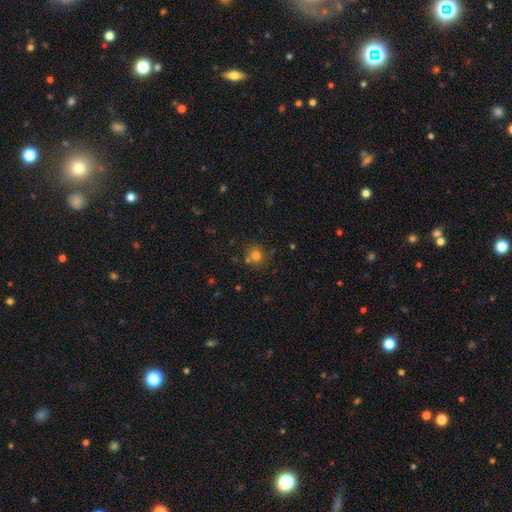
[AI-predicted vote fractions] smooth_or_featured: smooth (p=0.74) [alt: star or artifact p=0.17]
how_rounded: round (p=0.89) [alt: in between p=0.10]
merging: none (p=0.73) [alt: merger p=0.14]